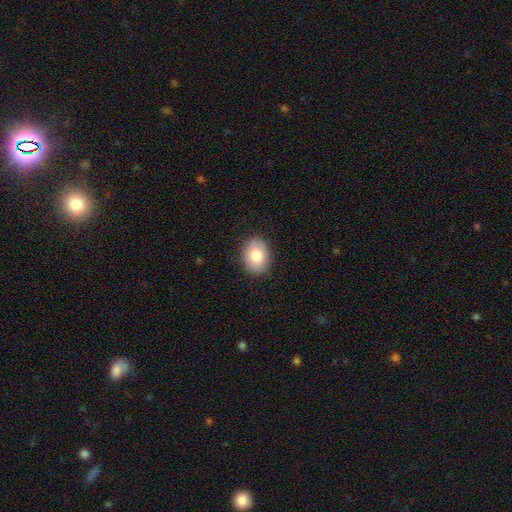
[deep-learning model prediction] Smooth or featured? smooth (79%)
How rounded? in between (73%)
Merging? none (87%)